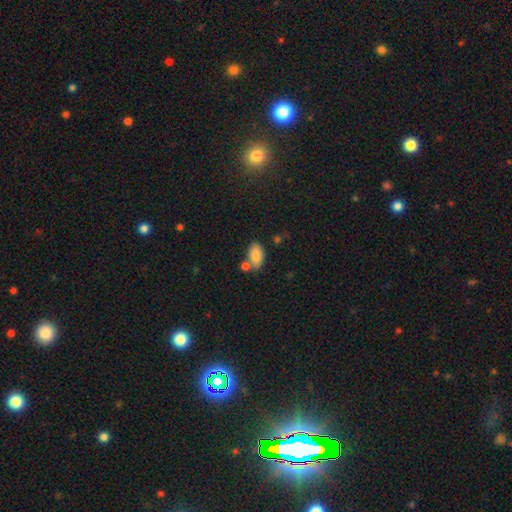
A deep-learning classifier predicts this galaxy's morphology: Smooth or featured? smooth (85%)
How rounded? in between (93%)
Merging? none (63%)